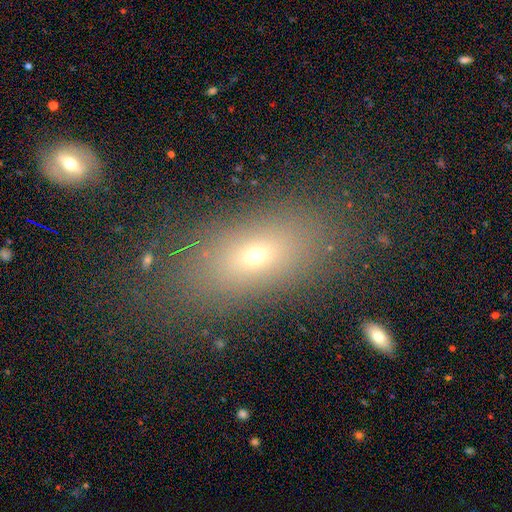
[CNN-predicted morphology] Q: Smooth or featured?
A: smooth (64%); runner-up: star or artifact (19%)
Q: How rounded?
A: in between (78%); runner-up: round (12%)
Q: Merging?
A: none (79%); runner-up: minor disturbance (11%)